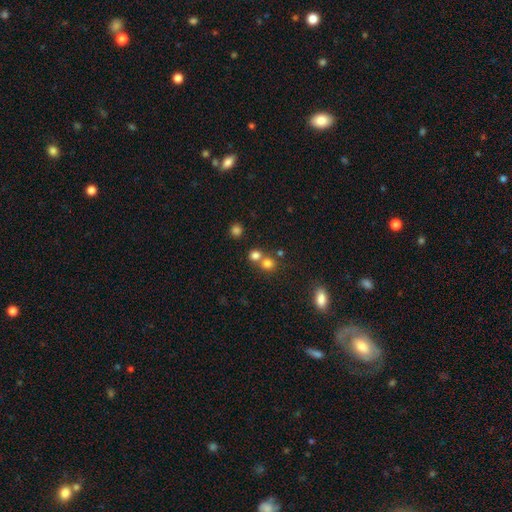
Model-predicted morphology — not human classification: This appears to be a smooth galaxy with no disk features (77%) that is round (86%). Merging: none (53%).